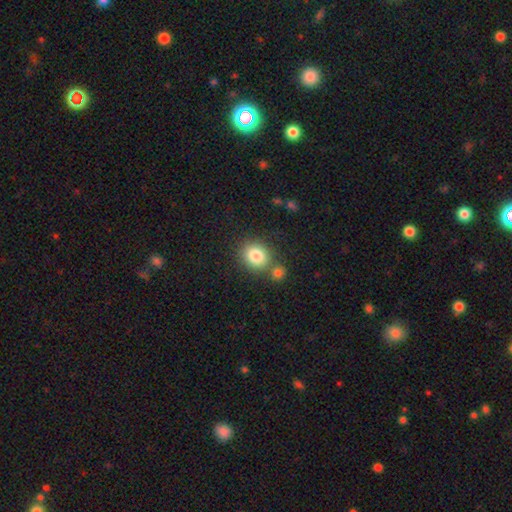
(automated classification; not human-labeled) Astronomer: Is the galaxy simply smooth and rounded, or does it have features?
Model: smooth — 83%.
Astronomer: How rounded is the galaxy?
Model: round — 70%.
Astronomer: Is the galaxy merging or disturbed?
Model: none — 68%.